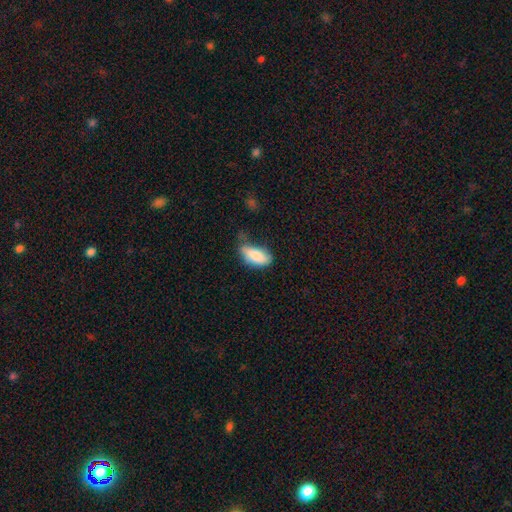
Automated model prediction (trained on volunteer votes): The model was most divided on "merging": minor disturbance: 43%, none: 38%, major disturbance: 15%, merger: 4%. More confident: how rounded — in between (87%); smooth or featured — smooth (81%).